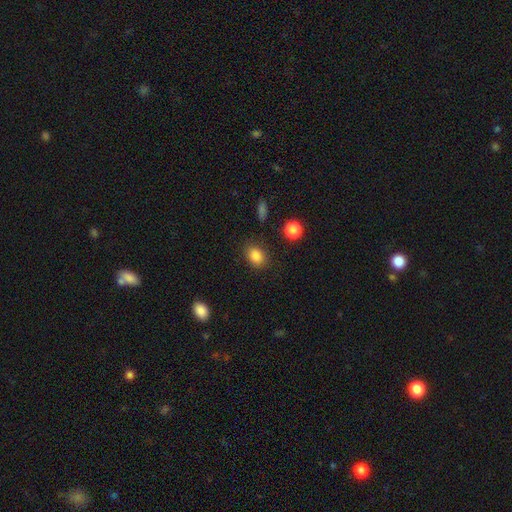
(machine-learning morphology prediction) The model was most divided on "how rounded": in between: 59%, round: 40%, cigar-shaped: 1%. More confident: smooth or featured — smooth (85%); merging — none (82%).